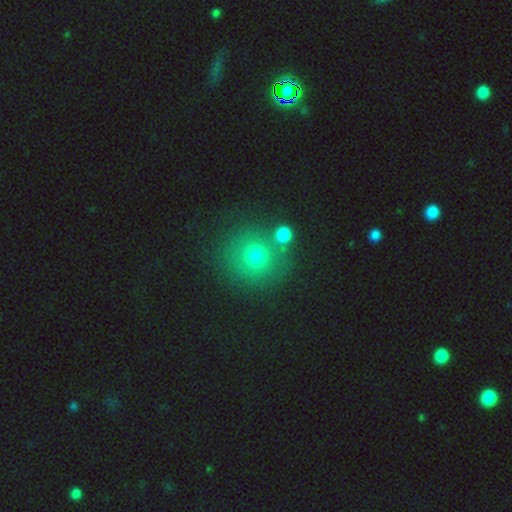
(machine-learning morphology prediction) A smooth galaxy with no disk features (68%) that is round (92%). Merging: none (73%).